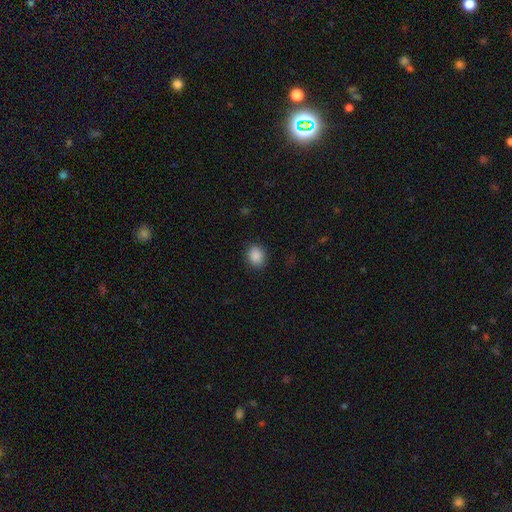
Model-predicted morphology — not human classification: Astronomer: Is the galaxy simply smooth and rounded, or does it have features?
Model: smooth — 88%.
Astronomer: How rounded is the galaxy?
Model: round — 63%.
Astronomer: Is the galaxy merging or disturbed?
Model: none — 88%.